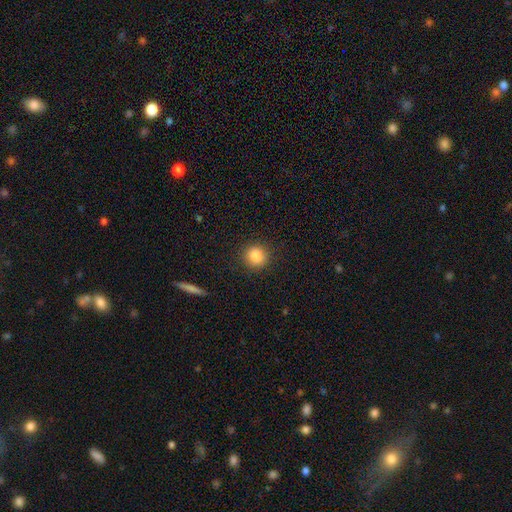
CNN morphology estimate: A smooth galaxy with no disk features (85%) that is round (89%).

Vote fractions:
- Smooth or featured? smooth: 85% / star or artifact: 10% / featured or disk: 5%
- How rounded? round: 89% / in between: 10% / cigar-shaped: 1%
- Merging? none: 90% / minor disturbance: 7% / major disturbance: 2% / merger: 1%